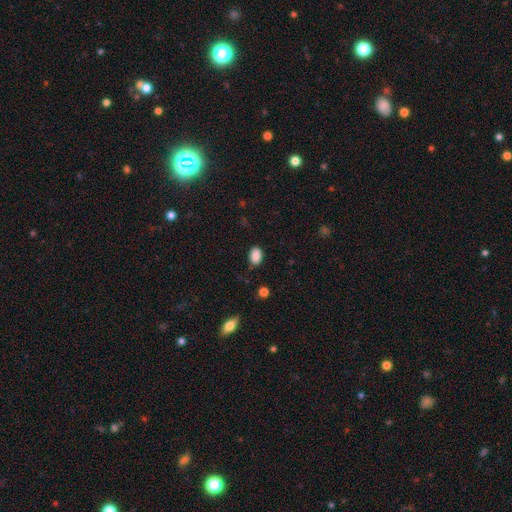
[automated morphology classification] smooth 88%, star or artifact 9%, featured or disk 4%. Down the decision tree: how rounded — in between (82%); merging — none (76%).